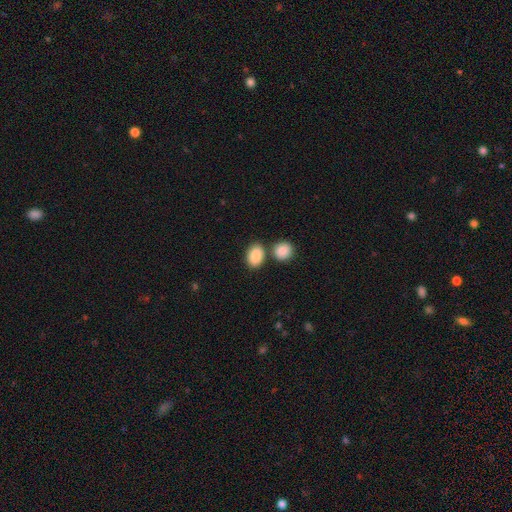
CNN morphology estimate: Q: Smooth or featured?
A: smooth (89%); runner-up: star or artifact (7%)
Q: How rounded?
A: in between (80%); runner-up: round (19%)
Q: Merging?
A: none (66%); runner-up: merger (19%)